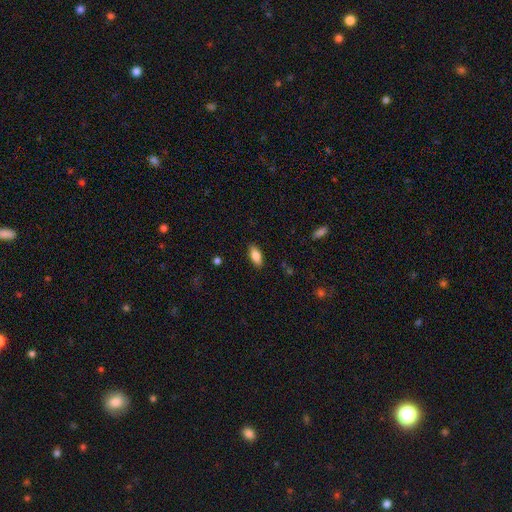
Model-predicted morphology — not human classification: Smooth or featured? smooth (81%)
How rounded? in between (82%)
Merging? none (87%)